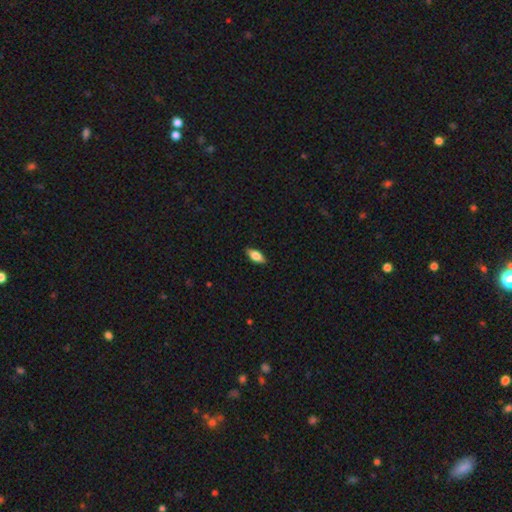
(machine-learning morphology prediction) Q: Smooth or featured?
A: smooth (63%); runner-up: featured or disk (30%)
Q: How rounded?
A: in between (76%); runner-up: cigar-shaped (20%)
Q: Merging?
A: none (89%); runner-up: minor disturbance (9%)